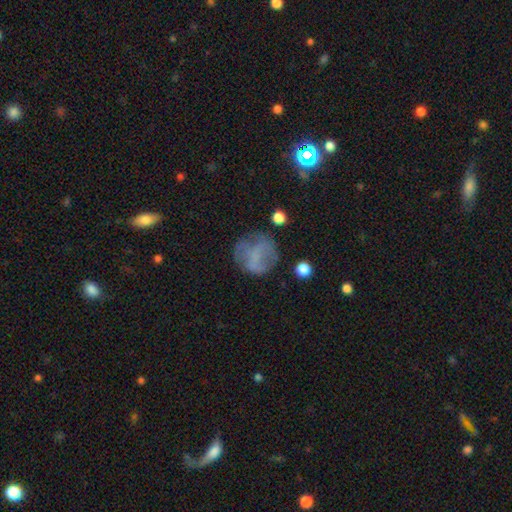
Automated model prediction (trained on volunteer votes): This appears to be a smooth galaxy with no disk features (55%) that is round (79%). Merging: none (58%).